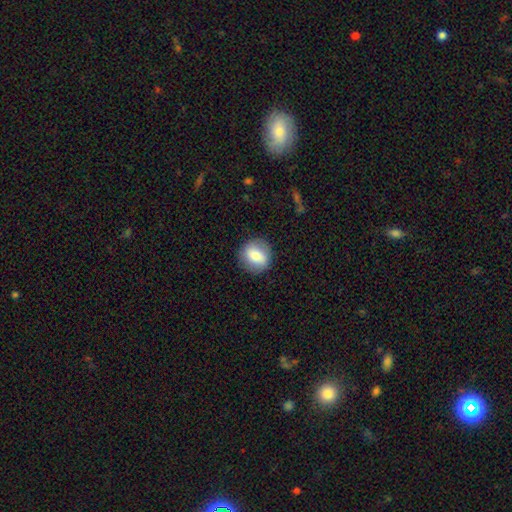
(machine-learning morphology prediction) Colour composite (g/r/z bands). It shows a smooth galaxy with no disk features (75%) that is round (84%). Merging: none (87%).